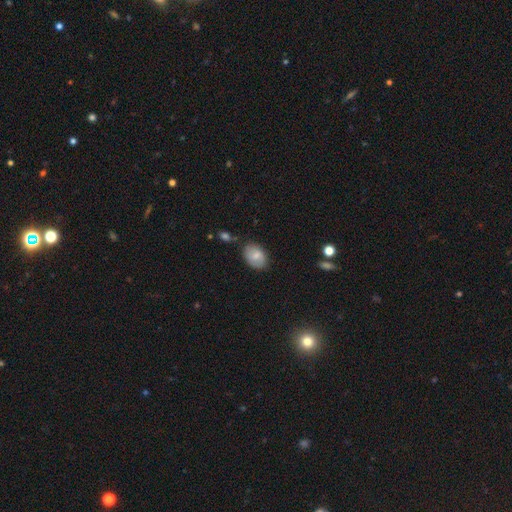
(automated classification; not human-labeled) Smooth or featured: smooth — 76% (featured or disk — 17%)
How rounded: in between — 83% (round — 16%)
Merging: none — 76% (minor disturbance — 17%)